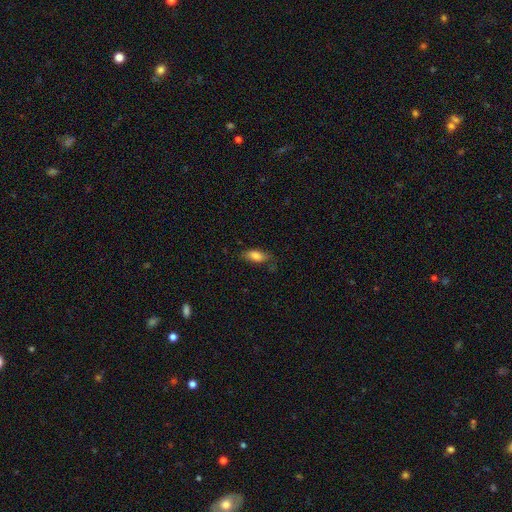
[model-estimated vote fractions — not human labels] A smooth galaxy with no disk features (81%) that is in between round and cigar-shaped (82%). Merging: none (66%).